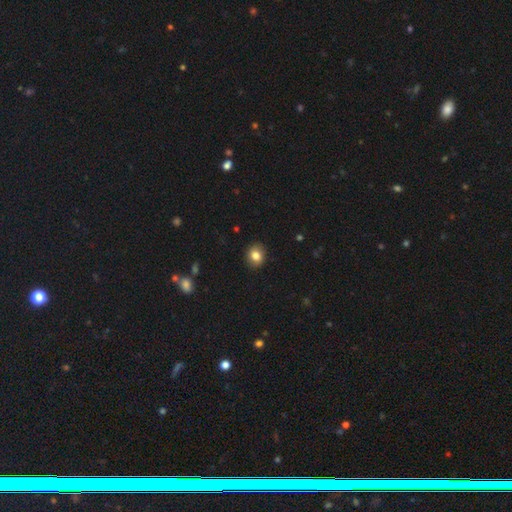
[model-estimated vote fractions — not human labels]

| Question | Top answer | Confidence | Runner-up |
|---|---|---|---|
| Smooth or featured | smooth | 82% | star or artifact (9%) |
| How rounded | round | 63% | in between (36%) |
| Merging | none | 89% | minor disturbance (8%) |